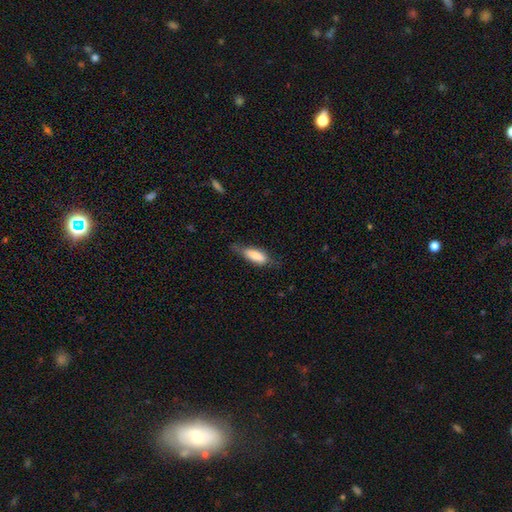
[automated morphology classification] Smooth or featured?
  - smooth: 75% *
  - featured or disk: 18%
  - star or artifact: 6%
How rounded?
  - in between: 61% *
  - cigar-shaped: 37%
  - round: 2%
Merging?
  - none: 55% *
  - minor disturbance: 32%
  - major disturbance: 11%
  - merger: 2%